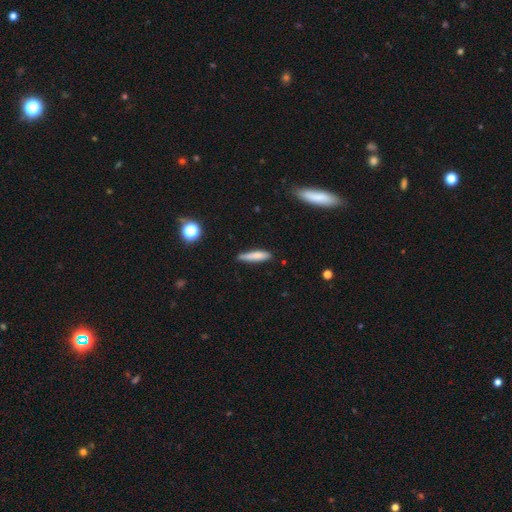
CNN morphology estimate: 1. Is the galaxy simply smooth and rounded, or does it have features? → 78% smooth, 14% featured or disk, 7% star or artifact.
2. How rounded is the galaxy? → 83% cigar-shaped, 16% in between, 2% round.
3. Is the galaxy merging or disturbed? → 77% none, 18% minor disturbance, 3% major disturbance, 2% merger.